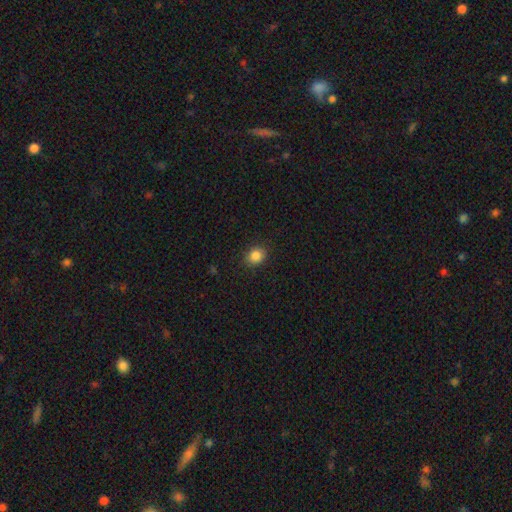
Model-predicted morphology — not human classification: smooth-or-featured: smooth: 86% | star or artifact: 10% | featured or disk: 4%
  how-rounded: round: 60% | in between: 39% | cigar-shaped: 1%
  merging: none: 89% | minor disturbance: 8% | major disturbance: 2% | merger: 1%